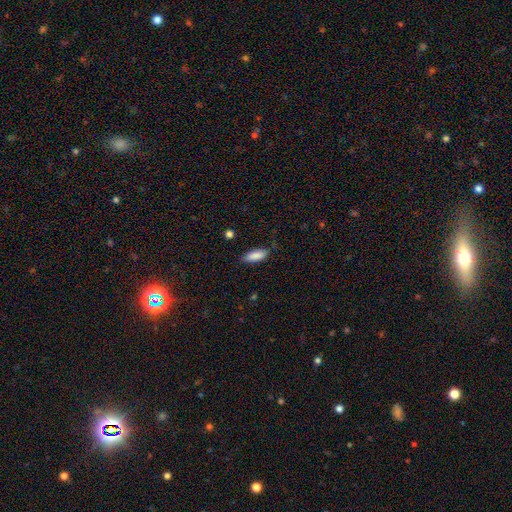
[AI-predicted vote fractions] Q: Smooth or featured?
A: smooth (88%); runner-up: star or artifact (7%)
Q: How rounded?
A: in between (77%); runner-up: cigar-shaped (21%)
Q: Merging?
A: none (76%); runner-up: minor disturbance (19%)